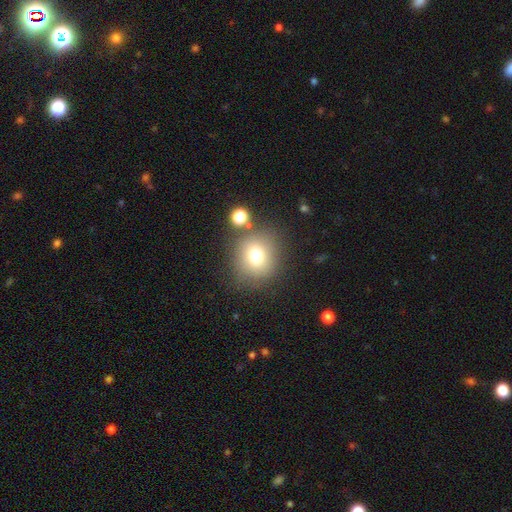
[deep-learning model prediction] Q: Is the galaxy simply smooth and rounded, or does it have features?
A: smooth — 73%.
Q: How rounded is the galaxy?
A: round — 83%.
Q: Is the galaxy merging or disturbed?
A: none — 75%.